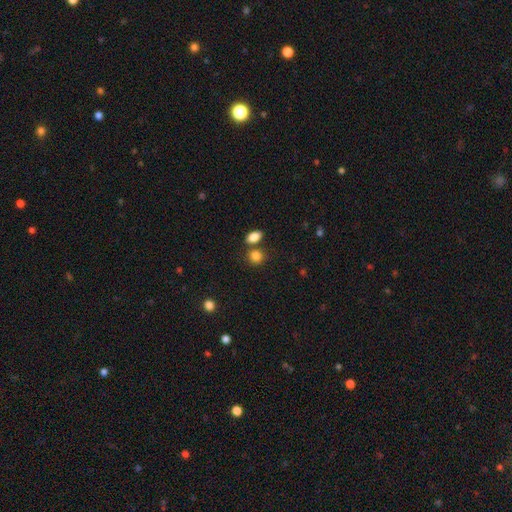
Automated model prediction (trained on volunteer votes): Smooth or featured? Predicted: smooth (p=0.85). How rounded? Predicted: round (p=0.64). Merging? Predicted: none (p=0.64).